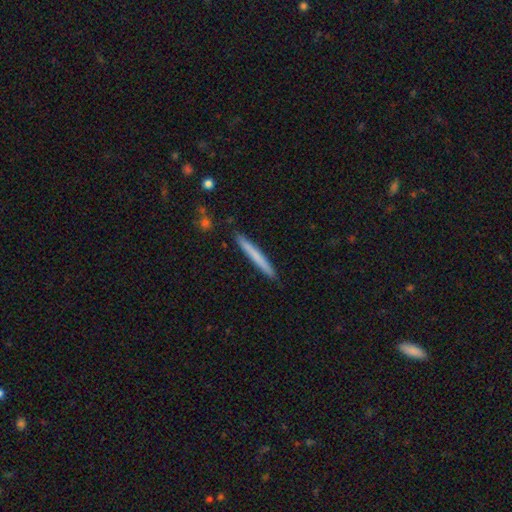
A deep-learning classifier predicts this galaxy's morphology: This appears to be a smooth galaxy with no disk features (68%) that is cigar-shaped (97%). Merging: none (91%).